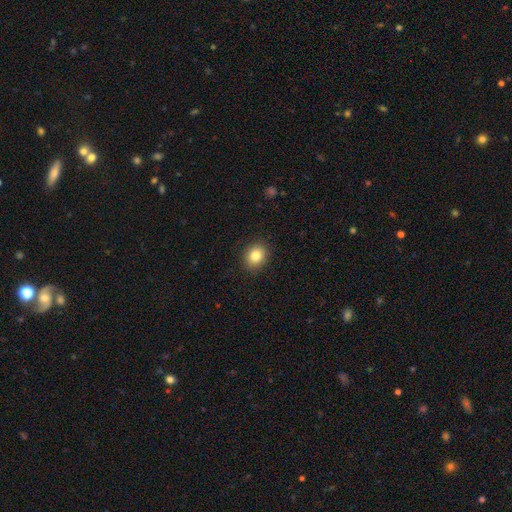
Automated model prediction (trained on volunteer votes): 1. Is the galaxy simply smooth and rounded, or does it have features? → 83% smooth, 10% star or artifact, 7% featured or disk.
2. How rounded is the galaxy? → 58% round, 41% in between, 1% cigar-shaped.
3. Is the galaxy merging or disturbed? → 89% none, 8% minor disturbance, 2% major disturbance, 1% merger.